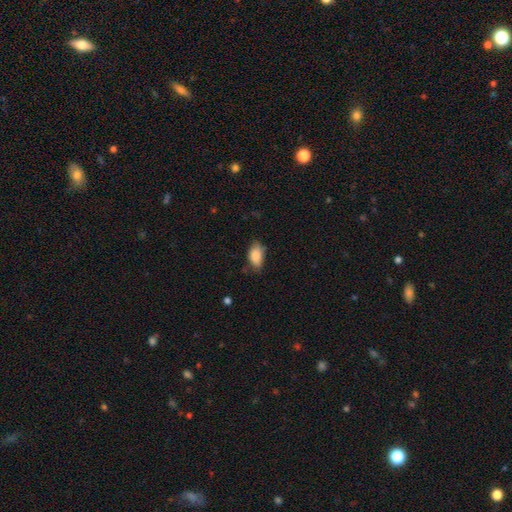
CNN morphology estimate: This is clearly a smooth galaxy (85%). How rounded: clearly in between (90%). Merging: possibly none (58%).